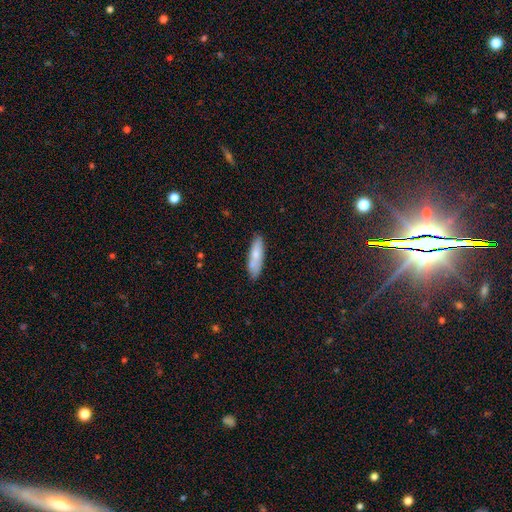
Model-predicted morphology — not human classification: type=smooth (75%); roundness=cigar-shaped (58%); merging=none (76%).